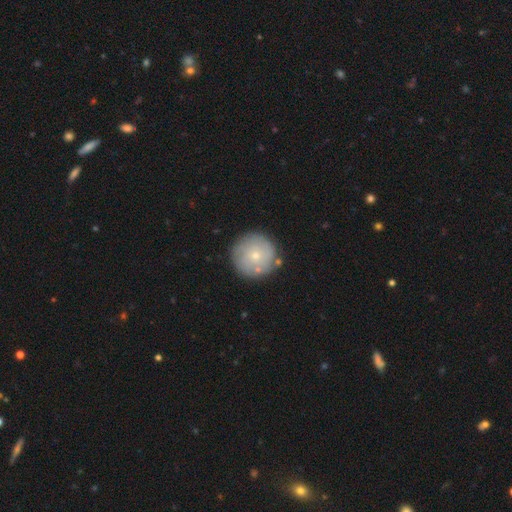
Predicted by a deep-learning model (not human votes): Smooth or featured? smooth (59%)
How rounded? round (96%)
Merging? none (82%)